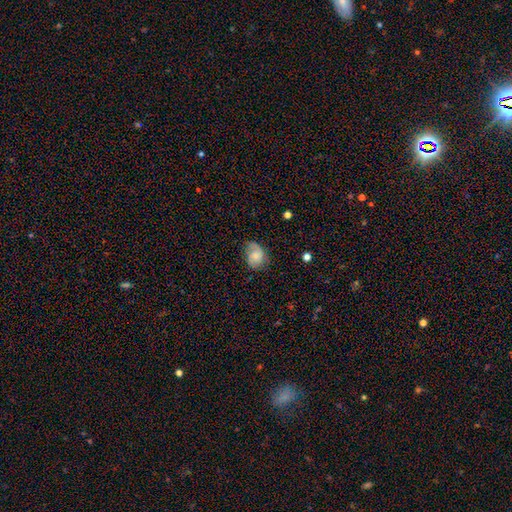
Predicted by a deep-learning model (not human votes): smooth-or-featured: featured or disk: 48% | smooth: 44% | star or artifact: 8%
  merging: none: 60% | minor disturbance: 28% | major disturbance: 11% | merger: 1%